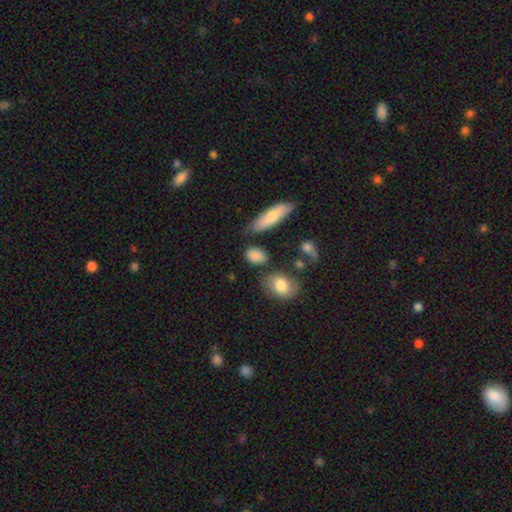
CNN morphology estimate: Smooth or featured? smooth (83%)
How rounded? in between (72%)
Merging? none (71%)